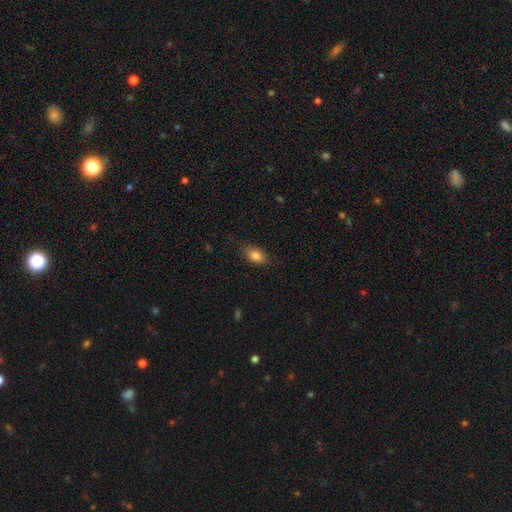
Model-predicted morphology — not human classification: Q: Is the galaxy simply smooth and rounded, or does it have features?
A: smooth — 84%.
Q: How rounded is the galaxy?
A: in between — 88%.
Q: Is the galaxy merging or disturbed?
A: none — 83%.